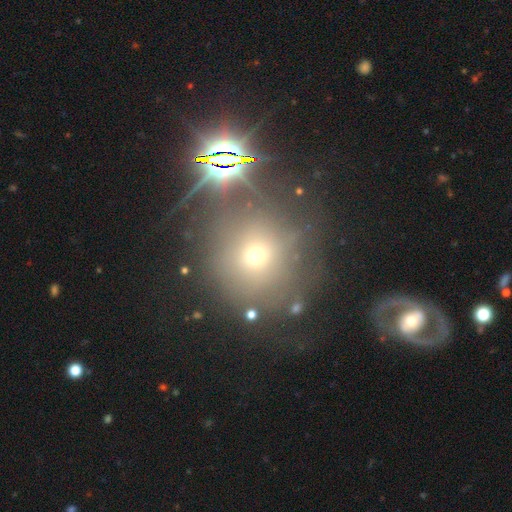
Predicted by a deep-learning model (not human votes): Smooth or featured? smooth (46%)
Merging? none (70%)